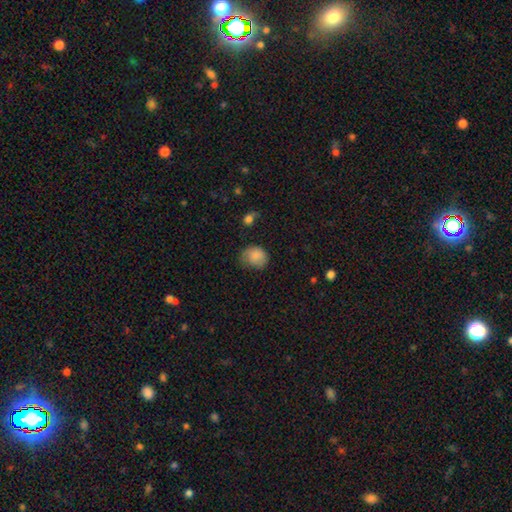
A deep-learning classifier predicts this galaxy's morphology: The model was most divided on "merging": none: 49%, minor disturbance: 36%, major disturbance: 13%, merger: 2%. More confident: smooth or featured — smooth (82%); how rounded — round (58%).